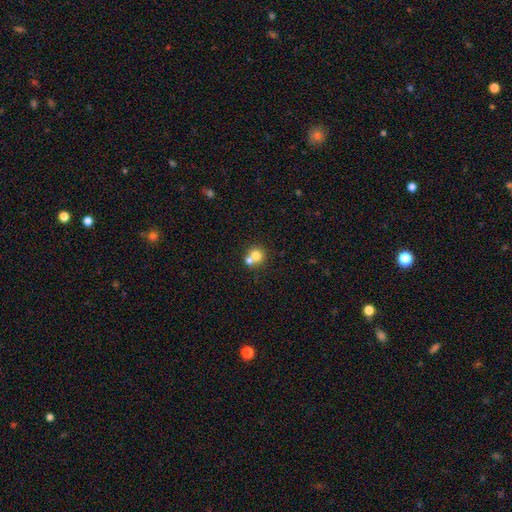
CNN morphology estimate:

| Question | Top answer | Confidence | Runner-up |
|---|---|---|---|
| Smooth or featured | smooth | 74% | featured or disk (14%) |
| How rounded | round | 87% | in between (12%) |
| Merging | merger | 49% | none (42%) |